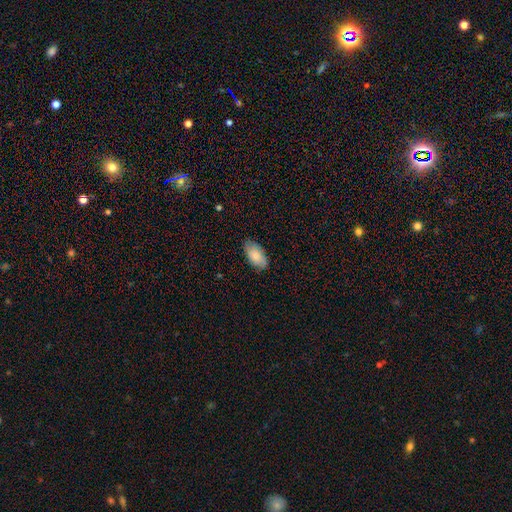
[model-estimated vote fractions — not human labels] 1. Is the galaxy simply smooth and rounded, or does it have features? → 81% smooth, 13% featured or disk, 6% star or artifact.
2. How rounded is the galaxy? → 95% in between, 3% round, 3% cigar-shaped.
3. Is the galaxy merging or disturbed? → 80% none, 16% minor disturbance, 3% major disturbance, 1% merger.